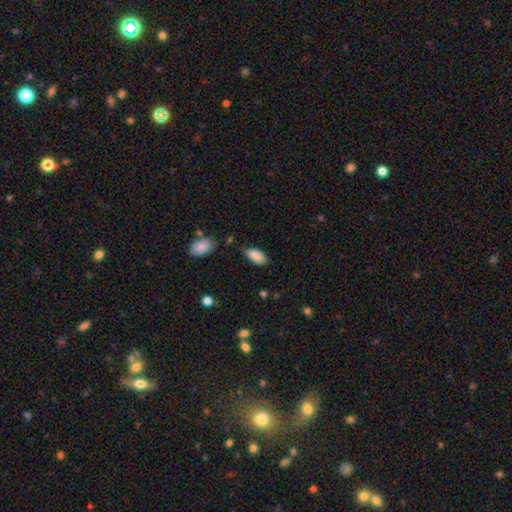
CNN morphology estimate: A smooth galaxy with no disk features (88%) that is in between round and cigar-shaped (92%).

Vote fractions:
- Smooth or featured? smooth: 88% / star or artifact: 7% / featured or disk: 5%
- How rounded? in between: 92% / cigar-shaped: 5% / round: 2%
- Merging? none: 77% / minor disturbance: 16% / major disturbance: 4% / merger: 3%